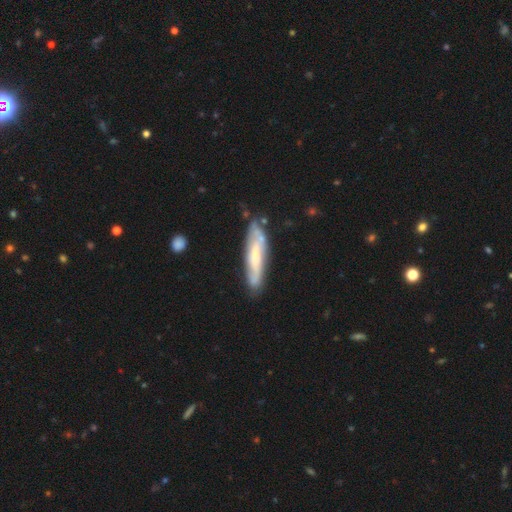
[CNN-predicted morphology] Smooth or featured? featured or disk (56%)
Edge-on disk? no (52%)
Merging? none (71%)